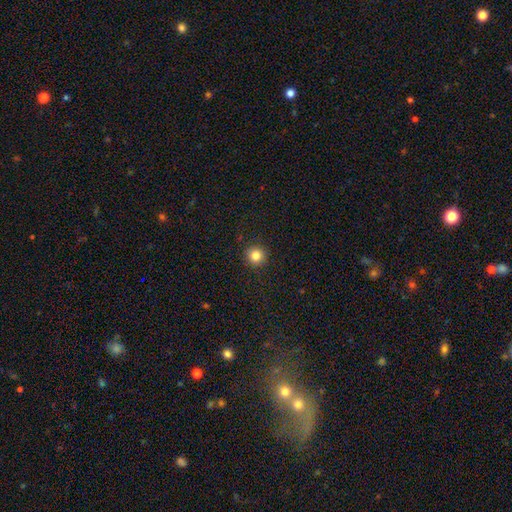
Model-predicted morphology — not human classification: Smooth or featured?
  - smooth: 83% *
  - star or artifact: 11%
  - featured or disk: 5%
How rounded?
  - round: 95% *
  - in between: 4%
  - cigar-shaped: 1%
Merging?
  - none: 92% *
  - minor disturbance: 5%
  - major disturbance: 2%
  - merger: 1%